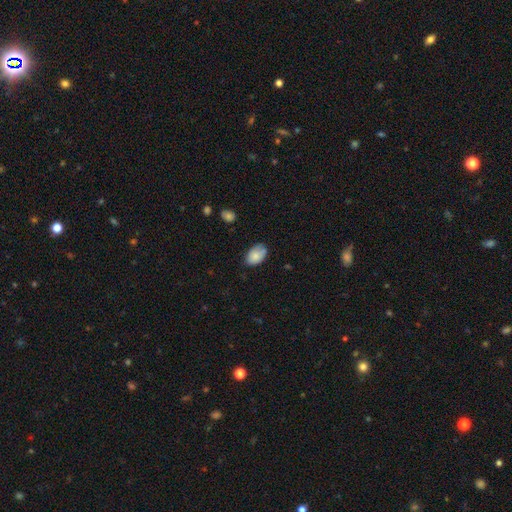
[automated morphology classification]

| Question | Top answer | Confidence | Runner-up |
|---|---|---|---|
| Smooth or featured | smooth | 81% | featured or disk (11%) |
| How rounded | in between | 89% | round (10%) |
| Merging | none | 67% | minor disturbance (27%) |